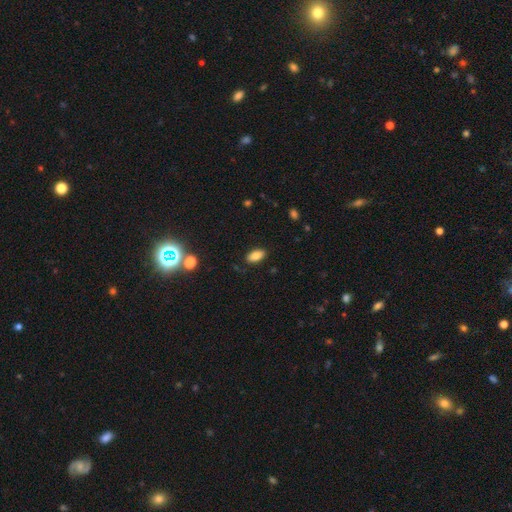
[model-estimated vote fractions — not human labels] The model was most divided on "smooth or featured": smooth: 83%, star or artifact: 10%, featured or disk: 7%. More confident: how rounded — in between (92%); merging — none (87%).